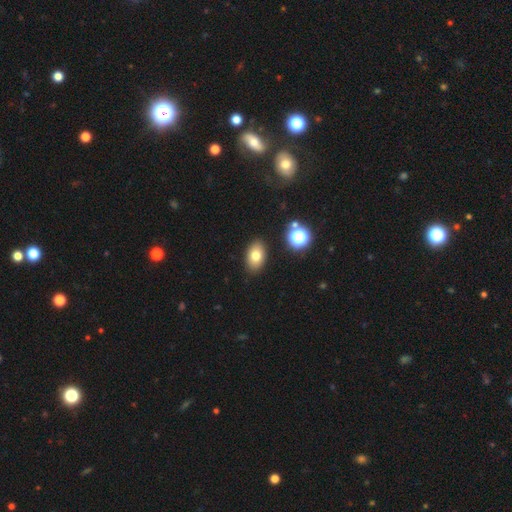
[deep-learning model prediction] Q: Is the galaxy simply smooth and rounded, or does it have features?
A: smooth — 77%.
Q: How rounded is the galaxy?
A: in between — 87%.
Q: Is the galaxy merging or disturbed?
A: none — 87%.